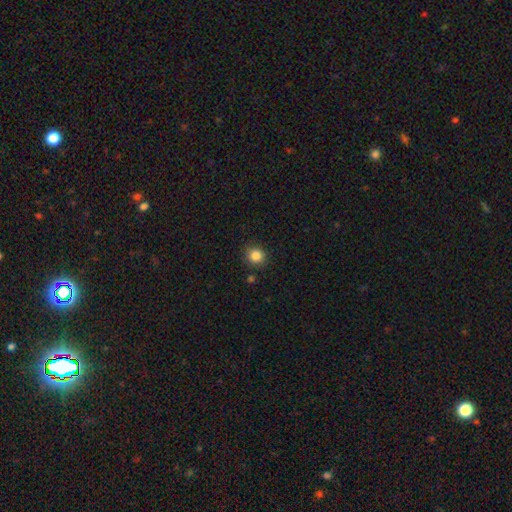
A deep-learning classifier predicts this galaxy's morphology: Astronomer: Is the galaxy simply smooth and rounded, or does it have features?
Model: smooth — 85%.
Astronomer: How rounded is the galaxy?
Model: round — 88%.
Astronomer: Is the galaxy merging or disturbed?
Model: none — 87%.